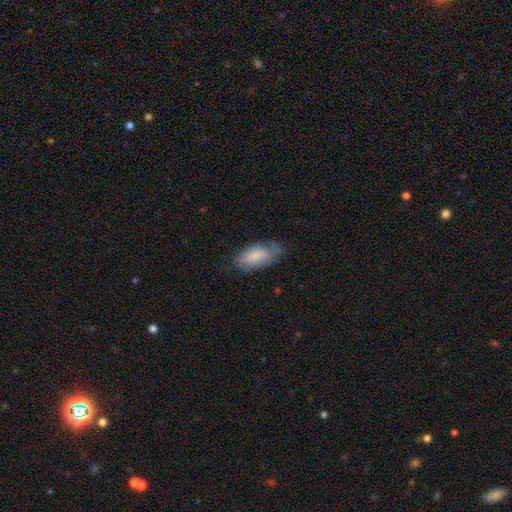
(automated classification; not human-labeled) Morphology: type=smooth (69%); roundness=in between (90%); merging=none (59%).